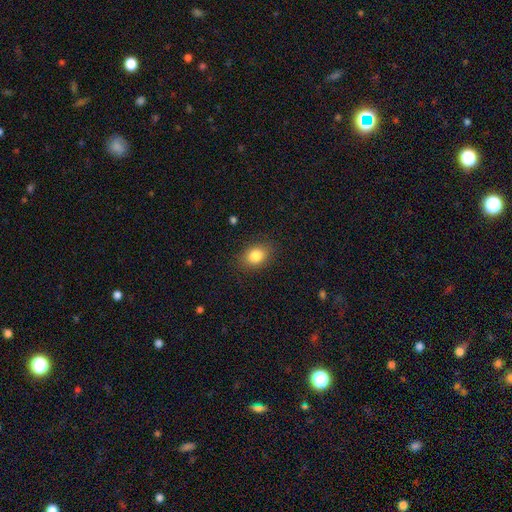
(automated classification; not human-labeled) This is clearly a smooth galaxy (84%). How rounded: likely in between (68%). Merging: clearly none (86%).